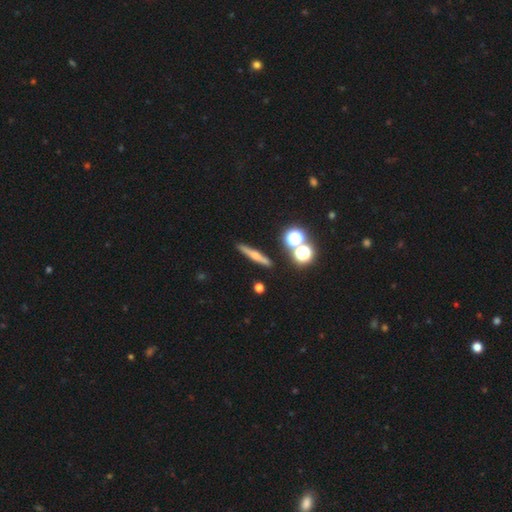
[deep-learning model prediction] This appears to be a featured or disk galaxy (44%). Merging: none (88%).